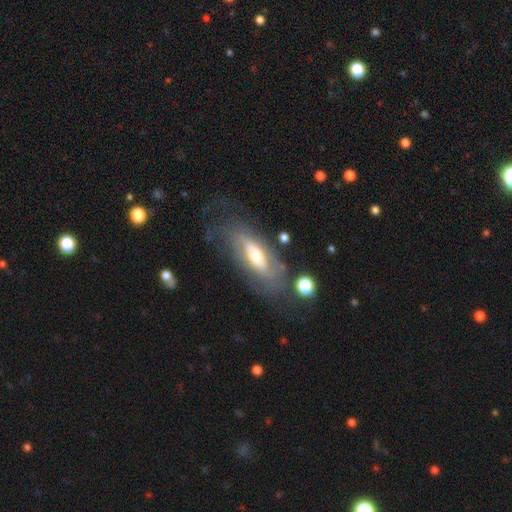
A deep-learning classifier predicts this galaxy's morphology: Overall: featured or disk (65%; smooth 28%). Edge-on disk: no (78%). Bar: no (56%; weak 29%). Spiral arms: yes (66%; no 34%). Bulge size: moderate (61%; small 22%). Merging: none (57%; minor disturbance 22%).